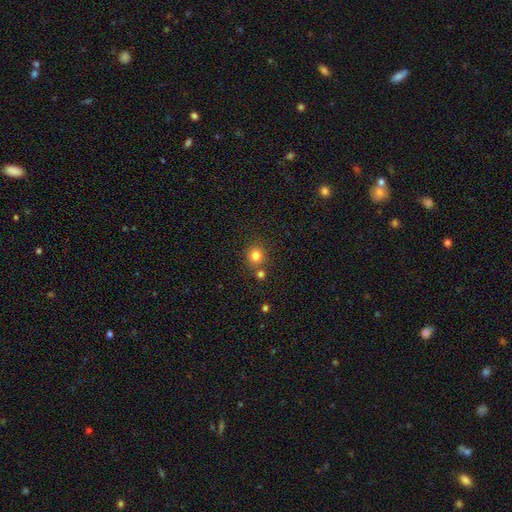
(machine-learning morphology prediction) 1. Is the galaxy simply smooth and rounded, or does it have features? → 81% smooth, 13% star or artifact, 6% featured or disk.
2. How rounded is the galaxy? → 89% round, 10% in between, 1% cigar-shaped.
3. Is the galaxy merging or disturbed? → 75% none, 15% merger, 8% minor disturbance, 3% major disturbance.